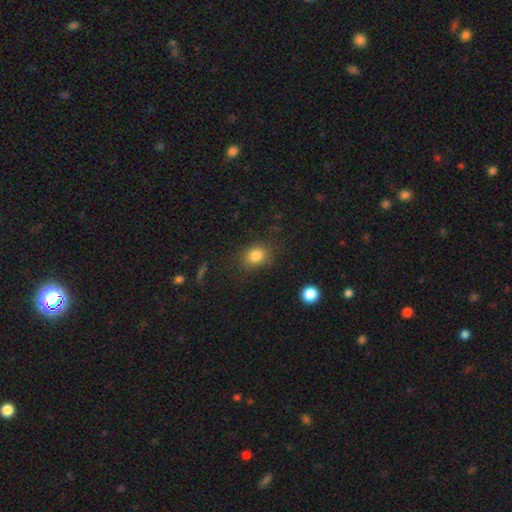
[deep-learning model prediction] The model was most divided on "how rounded": round: 52%, in between: 47%, cigar-shaped: 1%. More confident: smooth or featured — smooth (83%); merging — none (80%).